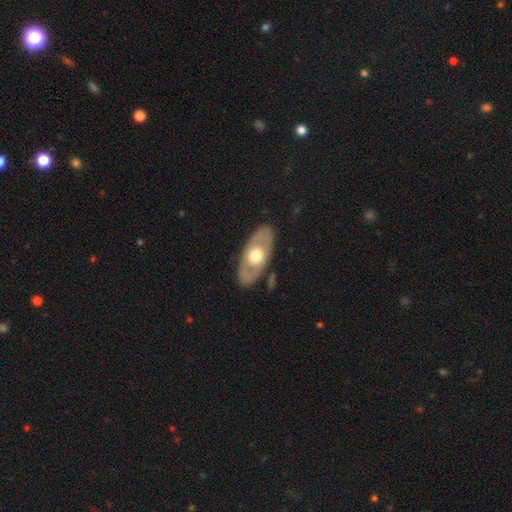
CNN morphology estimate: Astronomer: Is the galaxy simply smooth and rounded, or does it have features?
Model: featured or disk — 55% (runner-up: smooth, 41%).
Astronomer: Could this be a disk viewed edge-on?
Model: no — 79%.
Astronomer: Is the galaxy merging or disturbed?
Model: none — 85%.